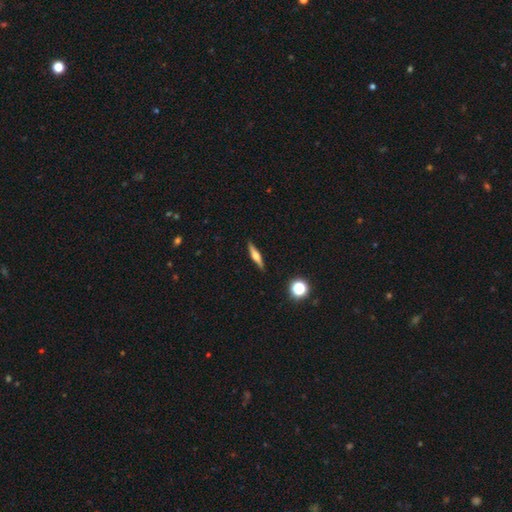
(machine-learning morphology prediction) smooth-or-featured: featured or disk: 58% | smooth: 34% | star or artifact: 7%
  disk-edge-on: yes: 96% | no: 4%
    edge-on-bulge: rounded: 89% | boxy: 6% | none: 4%
  merging: none: 89% | minor disturbance: 8% | major disturbance: 2% | merger: 1%